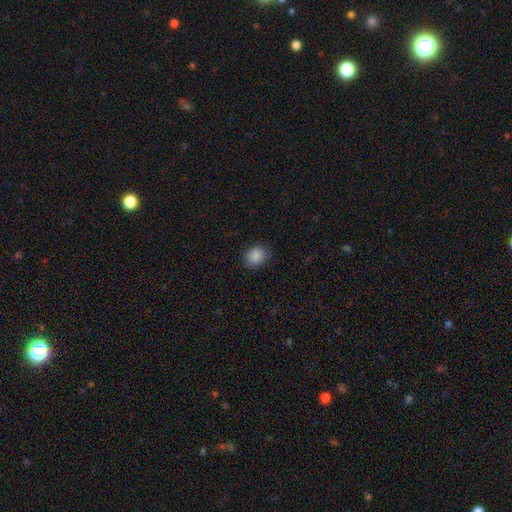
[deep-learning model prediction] Overall: smooth (88%). How rounded: round (63%; in between 36%). Merging: none (85%).